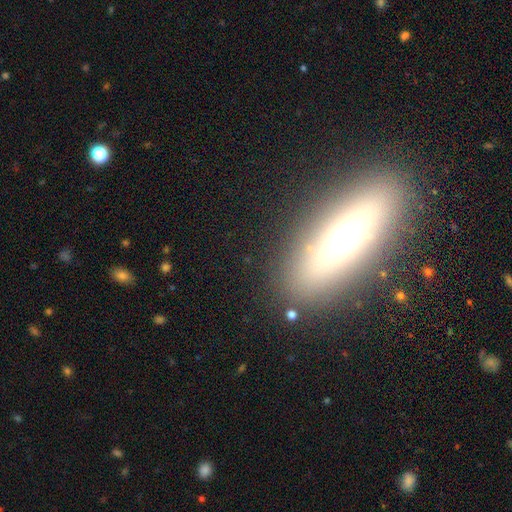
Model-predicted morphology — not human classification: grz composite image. It shows a smooth galaxy with no disk features (53%) that is in between round and cigar-shaped (57%). Merging: none (86%).